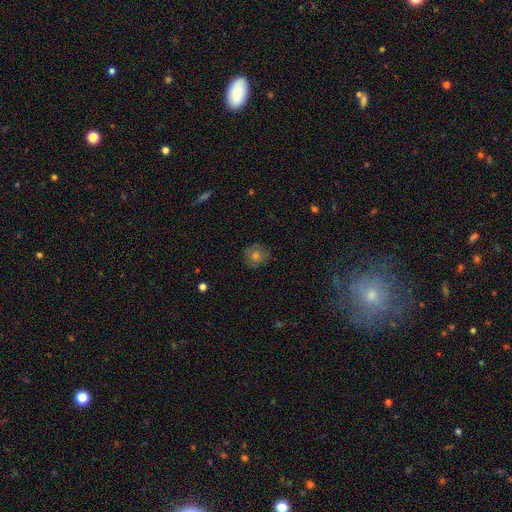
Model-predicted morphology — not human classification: smooth-or-featured: smooth: 64% | star or artifact: 18% | featured or disk: 18%
  how-rounded: round: 89% | in between: 10% | cigar-shaped: 1%
  merging: none: 85% | minor disturbance: 11% | major disturbance: 3% | merger: 1%